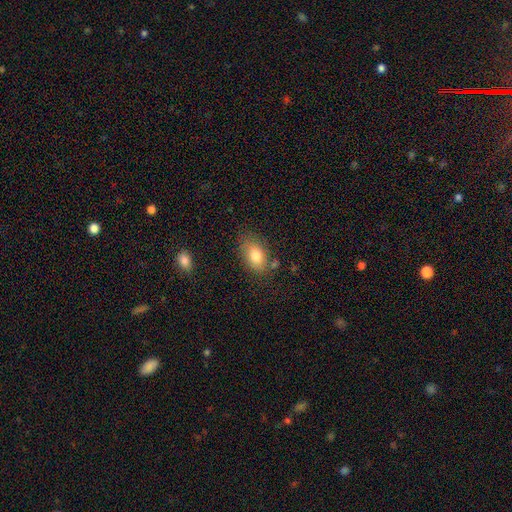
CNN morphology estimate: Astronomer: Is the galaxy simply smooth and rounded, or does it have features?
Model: smooth — 80%.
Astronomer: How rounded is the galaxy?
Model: in between — 88%.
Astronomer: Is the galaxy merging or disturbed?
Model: none — 72%.